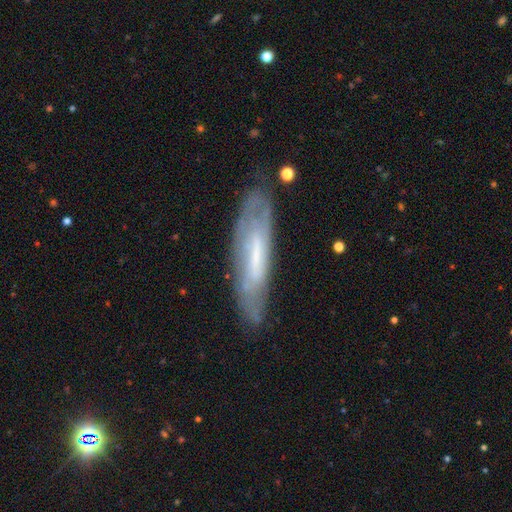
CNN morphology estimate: A featured or disk galaxy (58%).

Vote fractions:
- Smooth or featured? featured or disk: 58% / smooth: 34% / star or artifact: 7%
- Edge-on disk? no: 55% / yes: 45%
- Merging? none: 74% / minor disturbance: 18% / major disturbance: 5% / merger: 2%